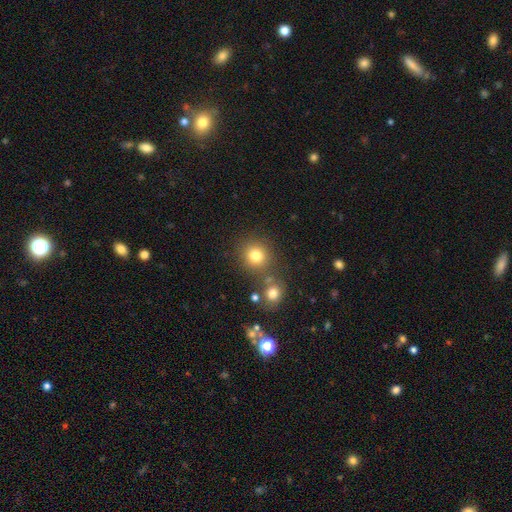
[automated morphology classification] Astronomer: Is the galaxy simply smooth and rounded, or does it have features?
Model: smooth — 79%.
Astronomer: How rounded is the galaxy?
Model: round — 90%.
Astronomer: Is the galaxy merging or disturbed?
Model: none — 76%.